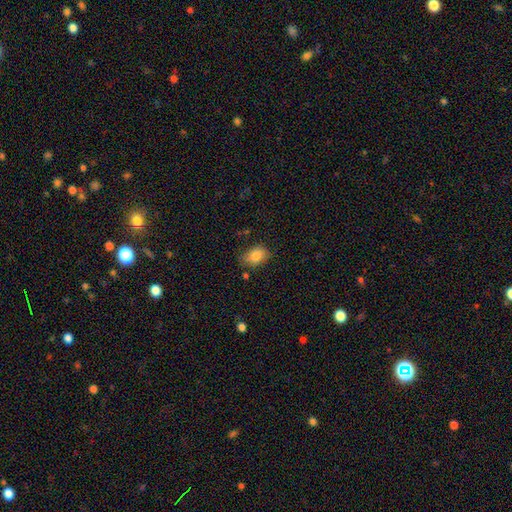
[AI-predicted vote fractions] Smooth or featured? smooth (84%)
How rounded? in between (83%)
Merging? none (72%)